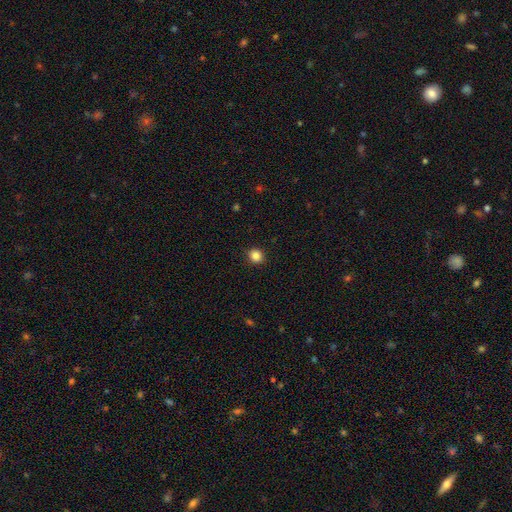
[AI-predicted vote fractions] Smooth or featured?
  - smooth: 85% *
  - star or artifact: 11%
  - featured or disk: 4%
How rounded?
  - round: 83% *
  - in between: 16%
  - cigar-shaped: 1%
Merging?
  - none: 91% *
  - minor disturbance: 6%
  - major disturbance: 2%
  - merger: 1%